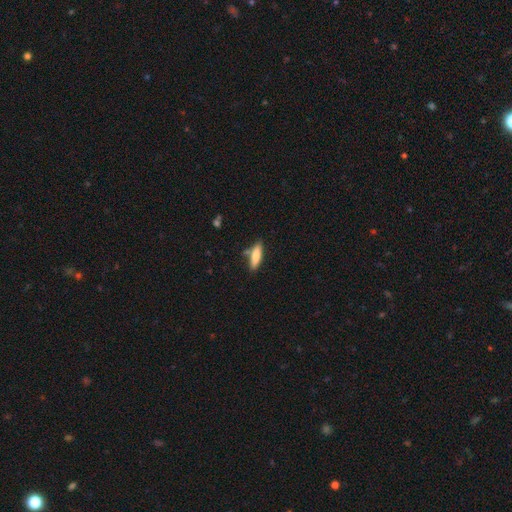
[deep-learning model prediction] This is likely a smooth galaxy (78%). How rounded: possibly cigar-shaped (59%). Merging: likely none (76%).